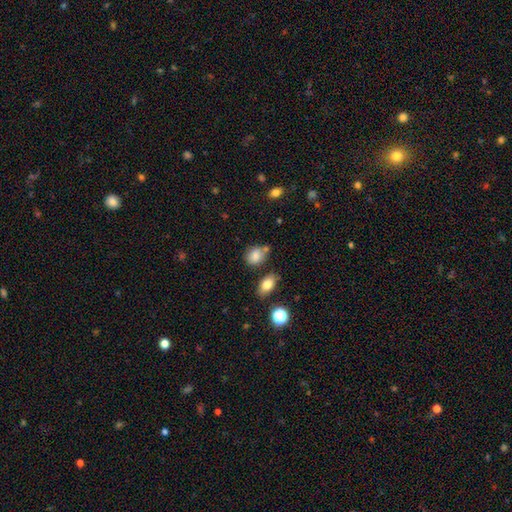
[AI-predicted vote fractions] Smooth or featured: smooth — 81% (star or artifact — 10%)
How rounded: in between — 53% (round — 46%)
Merging: none — 65% (minor disturbance — 18%)